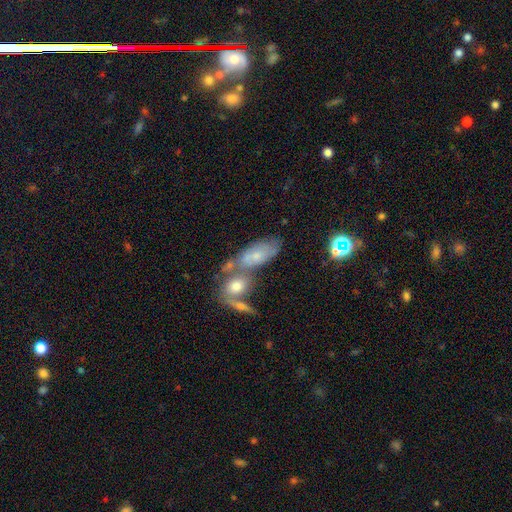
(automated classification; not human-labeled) smooth_or_featured: smooth (p=0.51) [alt: featured or disk p=0.39]
how_rounded: in between (p=0.82) [alt: cigar-shaped p=0.12]
merging: merger (p=0.46) [alt: none p=0.32]